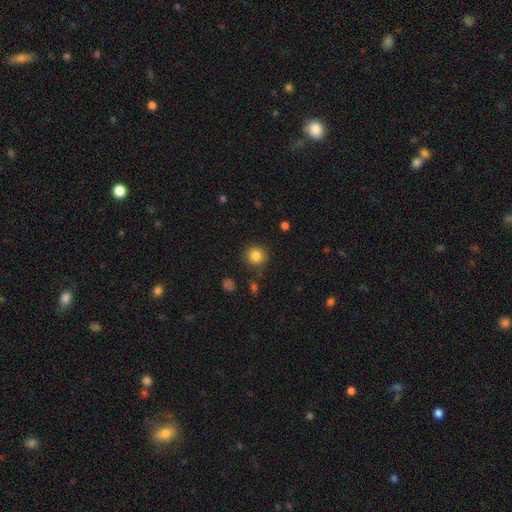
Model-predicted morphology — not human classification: Overall: smooth (84%). How rounded: round (92%). Merging: none (87%).